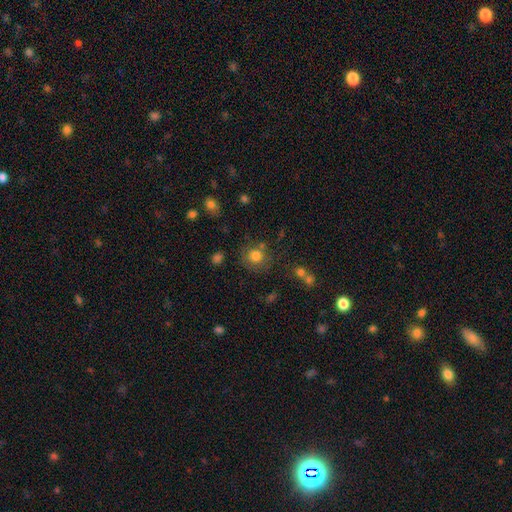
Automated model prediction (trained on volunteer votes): smooth 79%, star or artifact 12%, featured or disk 9%. Down the decision tree: how rounded — round (87%); merging — none (68%).